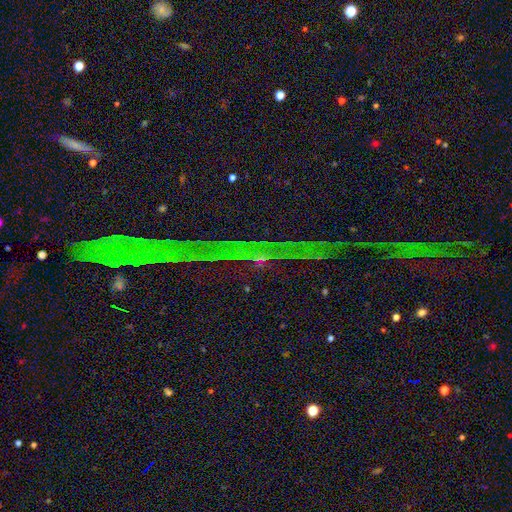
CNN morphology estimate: Smooth or featured: star or artifact — 83% (featured or disk — 10%)